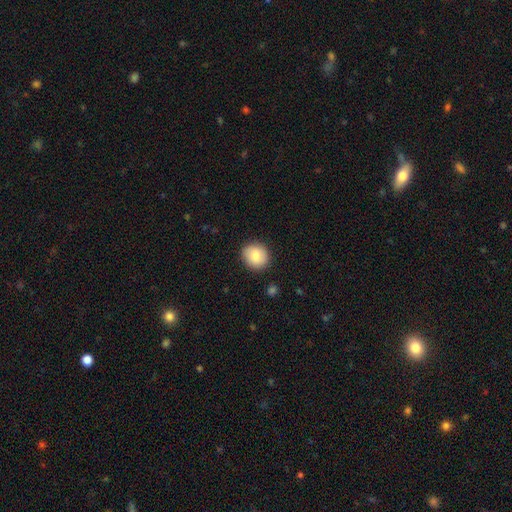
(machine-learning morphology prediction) A smooth galaxy with no disk features (81%) that is round (83%).

Vote fractions:
- Smooth or featured? smooth: 81% / featured or disk: 11% / star or artifact: 8%
- How rounded? round: 83% / in between: 16% / cigar-shaped: 1%
- Merging? none: 89% / minor disturbance: 8% / major disturbance: 2% / merger: 1%